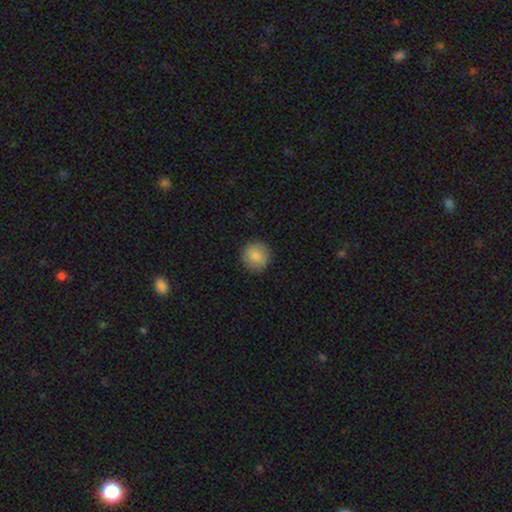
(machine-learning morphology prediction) Smooth or featured? Predicted: smooth (p=0.87). How rounded? Predicted: round (p=0.93). Merging? Predicted: none (p=0.91).